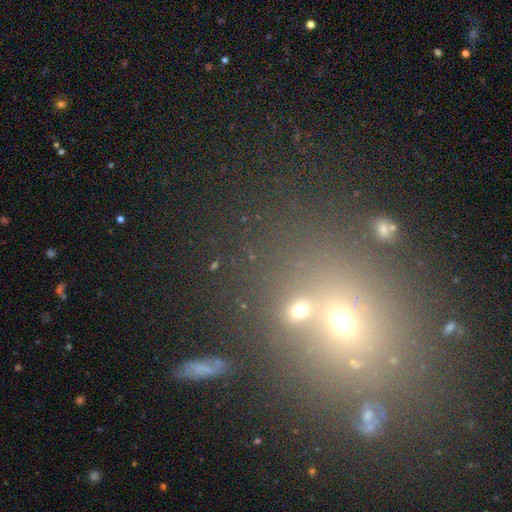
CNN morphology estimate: Smooth or featured?
  - smooth: 43% *
  - star or artifact: 42%
  - featured or disk: 15%
Merging?
  - none: 66% *
  - merger: 18%
  - minor disturbance: 10%
  - major disturbance: 6%